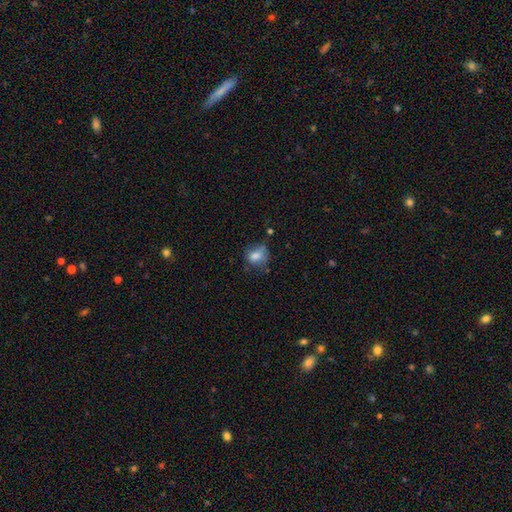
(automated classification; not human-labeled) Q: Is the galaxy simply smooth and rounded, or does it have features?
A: smooth — 76%.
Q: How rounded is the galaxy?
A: in between — 50%.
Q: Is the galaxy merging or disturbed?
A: none — 48%.